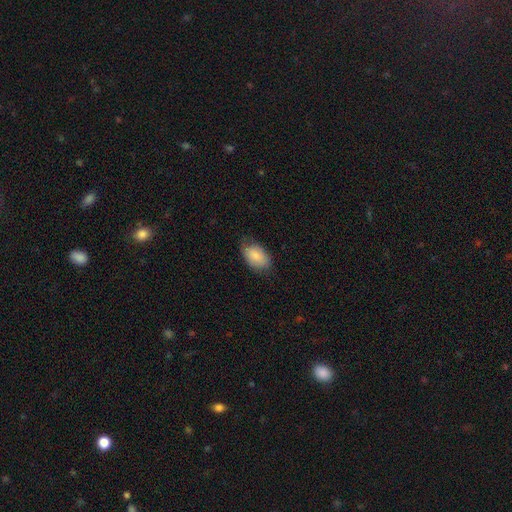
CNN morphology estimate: smooth-or-featured: smooth: 83% | featured or disk: 10% | star or artifact: 6%
  how-rounded: in between: 91% | round: 8% | cigar-shaped: 1%
  merging: none: 66% | minor disturbance: 27% | major disturbance: 6% | merger: 1%